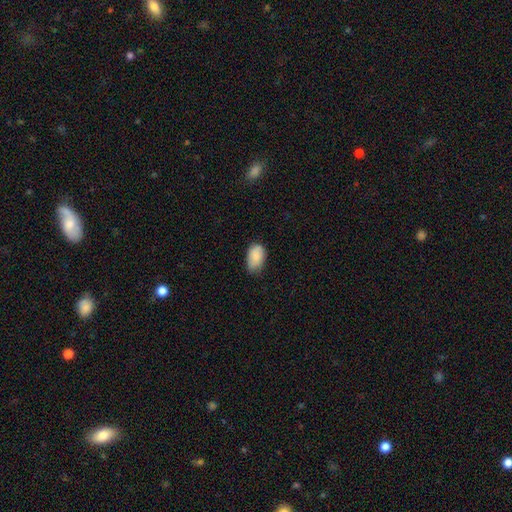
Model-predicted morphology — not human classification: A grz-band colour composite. It shows a smooth galaxy with no disk features (86%) that is in between round and cigar-shaped (91%). Merging: none (64%).